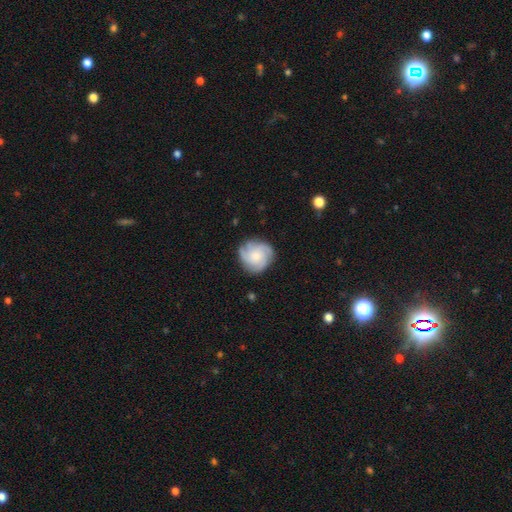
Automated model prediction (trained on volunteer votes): This appears to be a featured or disk galaxy (64%) with no bar (79%), 3 (42%) tight (53%) spiral arms (95%) and a moderate central bulge (41%). Merging: none (80%).